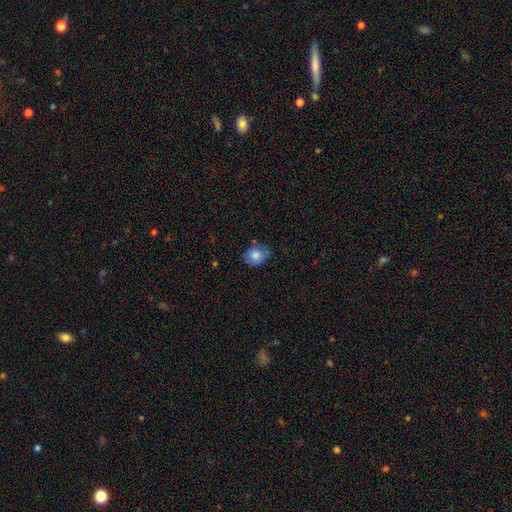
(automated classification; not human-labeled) Q: Smooth or featured?
A: smooth (78%); runner-up: featured or disk (13%)
Q: How rounded?
A: round (50%); runner-up: in between (49%)
Q: Merging?
A: none (63%); runner-up: minor disturbance (29%)